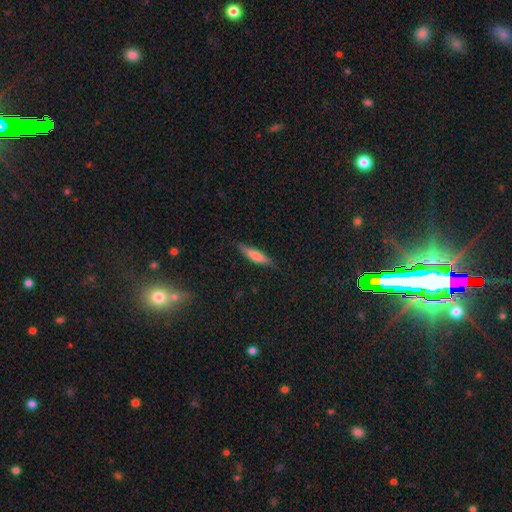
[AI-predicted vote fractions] This appears to be a smooth galaxy with no disk features (68%) that is cigar-shaped (80%). Merging: none (83%).